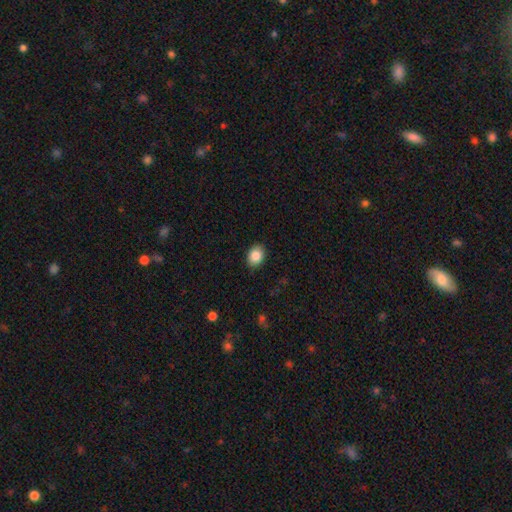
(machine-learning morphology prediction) A smooth galaxy with no disk features (86%) that is in between round and cigar-shaped (69%).

Vote fractions:
- Smooth or featured? smooth: 86% / star or artifact: 8% / featured or disk: 6%
- How rounded? in between: 69% / round: 30% / cigar-shaped: 1%
- Merging? none: 88% / minor disturbance: 9% / major disturbance: 2% / merger: 1%